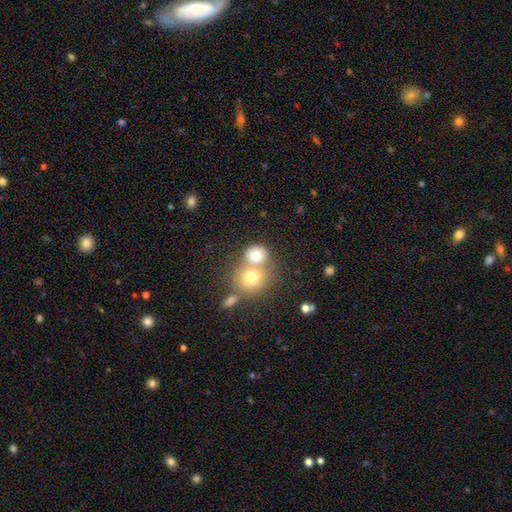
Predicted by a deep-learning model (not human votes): smooth-or-featured: smooth: 76% | featured or disk: 13% | star or artifact: 11%
  how-rounded: round: 75% | in between: 24% | cigar-shaped: 1%
  merging: merger: 51% | none: 38% | minor disturbance: 7% | major disturbance: 4%